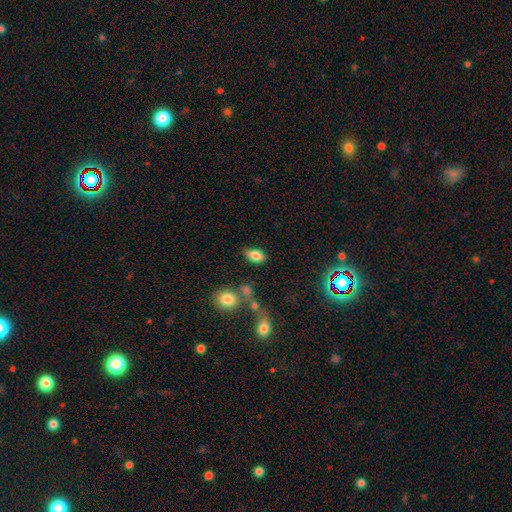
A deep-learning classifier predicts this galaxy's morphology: type=smooth (81%); roundness=in between (89%); merging=none (78%).